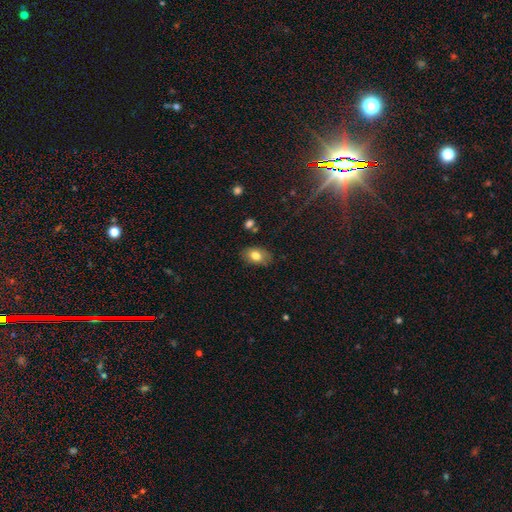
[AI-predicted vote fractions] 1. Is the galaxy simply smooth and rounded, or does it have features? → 77% smooth, 15% featured or disk, 8% star or artifact.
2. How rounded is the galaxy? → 86% in between, 12% round, 1% cigar-shaped.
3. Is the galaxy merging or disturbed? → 79% none, 15% minor disturbance, 3% major disturbance, 2% merger.